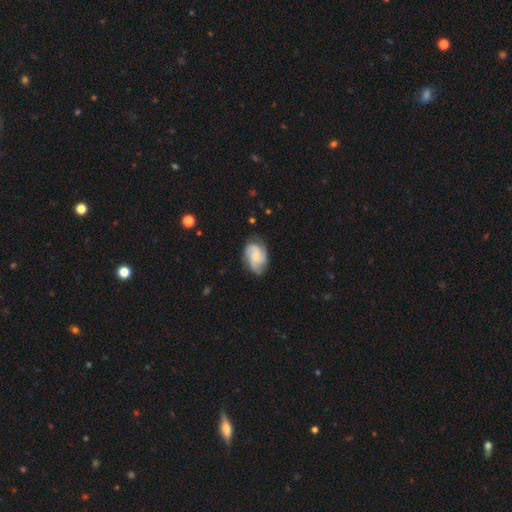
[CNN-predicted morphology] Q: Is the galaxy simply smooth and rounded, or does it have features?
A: featured or disk — 74%.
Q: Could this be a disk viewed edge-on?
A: no — 98%.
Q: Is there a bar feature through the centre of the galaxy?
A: no — 69%.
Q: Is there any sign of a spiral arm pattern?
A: yes — 96%.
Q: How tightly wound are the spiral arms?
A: medium — 46%.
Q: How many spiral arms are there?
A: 3 — 60%.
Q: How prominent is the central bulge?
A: small — 42%.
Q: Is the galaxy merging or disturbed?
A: none — 74%.